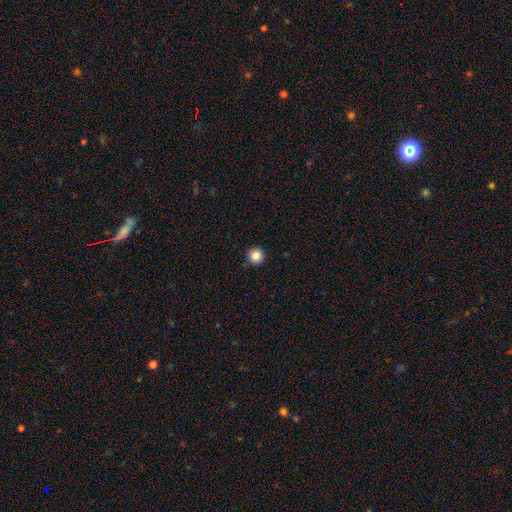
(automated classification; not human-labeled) Smooth or featured? Predicted: smooth (p=0.84). How rounded? Predicted: round (p=0.96). Merging? Predicted: none (p=0.92).